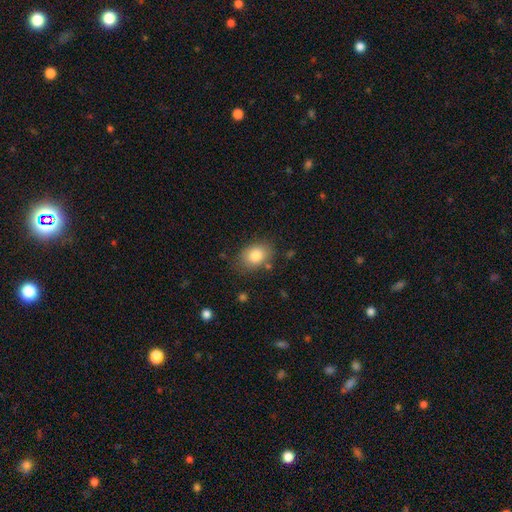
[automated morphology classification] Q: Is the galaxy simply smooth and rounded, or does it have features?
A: smooth — 82%.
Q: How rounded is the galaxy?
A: in between — 71%.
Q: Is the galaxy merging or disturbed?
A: none — 79%.